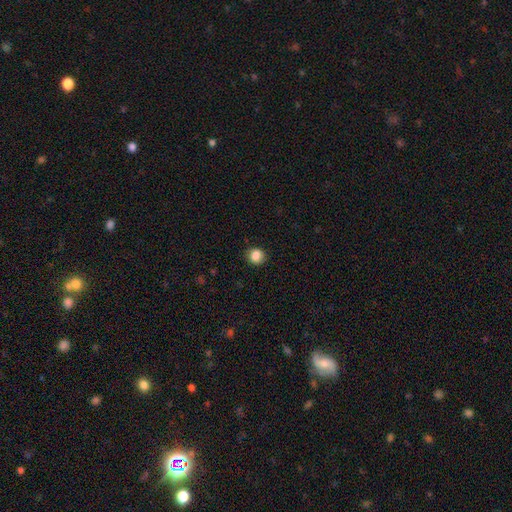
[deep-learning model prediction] Smooth or featured: smooth — 86% (star or artifact — 10%)
How rounded: round — 85% (in between — 15%)
Merging: none — 87% (minor disturbance — 9%)